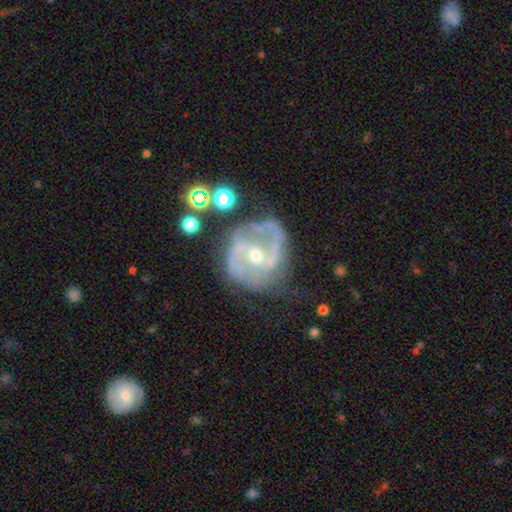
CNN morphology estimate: type=featured or disk (85%); edge-on=no (97%); bar=no (45%); spiral arms=yes (90%); winding=medium (50%); arm count=2 (71%); bulge=moderate (64%); merging=none (58%).